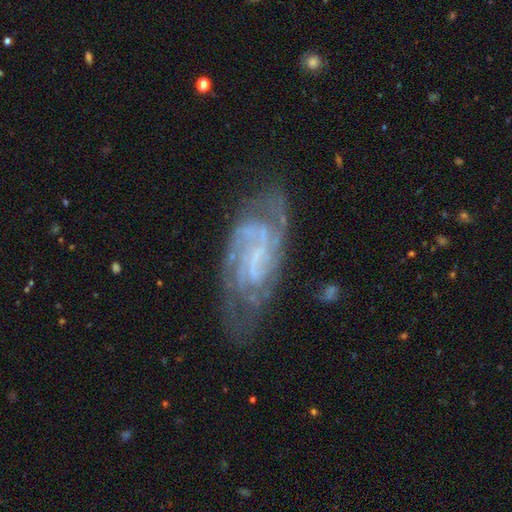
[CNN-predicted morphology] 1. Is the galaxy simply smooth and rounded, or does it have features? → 83% featured or disk, 10% smooth, 7% star or artifact.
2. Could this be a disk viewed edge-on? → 95% no, 5% yes.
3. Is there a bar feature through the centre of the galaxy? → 46% weak, 32% no, 22% strong.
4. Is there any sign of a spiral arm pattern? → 94% yes, 6% no.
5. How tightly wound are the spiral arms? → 46% tight, 42% medium, 12% loose.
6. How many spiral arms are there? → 44% 2, 26% can't tell, 16% 3, 5% 4, 4% 1, 4% more than 4.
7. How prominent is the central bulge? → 47% none, 39% small, 11% moderate, 2% large, 1% dominant.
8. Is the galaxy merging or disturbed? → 65% none, 21% minor disturbance, 12% major disturbance, 2% merger.